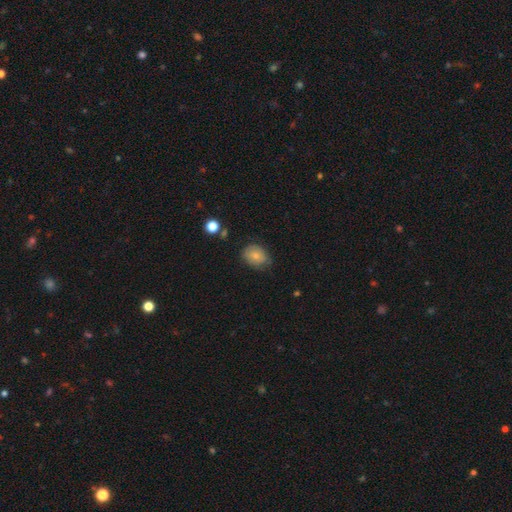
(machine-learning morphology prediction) The model was most divided on "how rounded": in between: 60%, round: 39%, cigar-shaped: 1%. More confident: smooth or featured — smooth (73%); merging — none (67%).